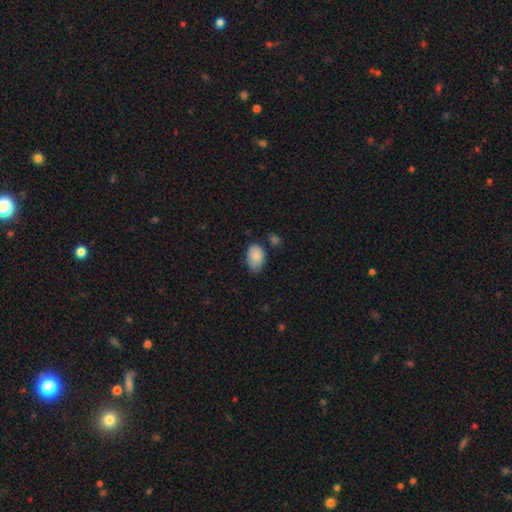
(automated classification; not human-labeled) Smooth or featured: smooth — 87% (star or artifact — 7%)
How rounded: in between — 88% (round — 11%)
Merging: none — 62% (minor disturbance — 28%)